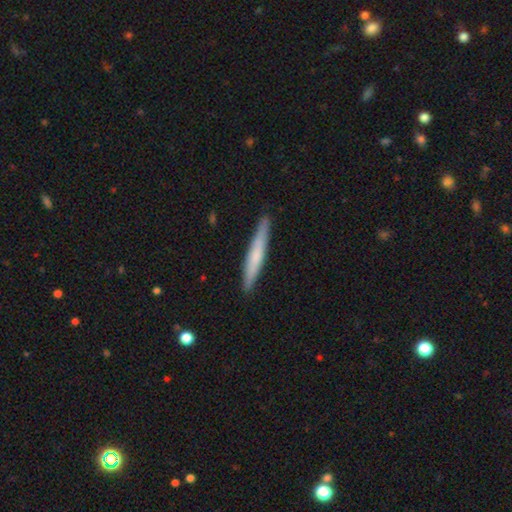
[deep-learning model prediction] Q: Smooth or featured?
A: smooth (59%); runner-up: featured or disk (35%)
Q: How rounded?
A: cigar-shaped (96%); runner-up: in between (3%)
Q: Merging?
A: none (91%); runner-up: minor disturbance (7%)